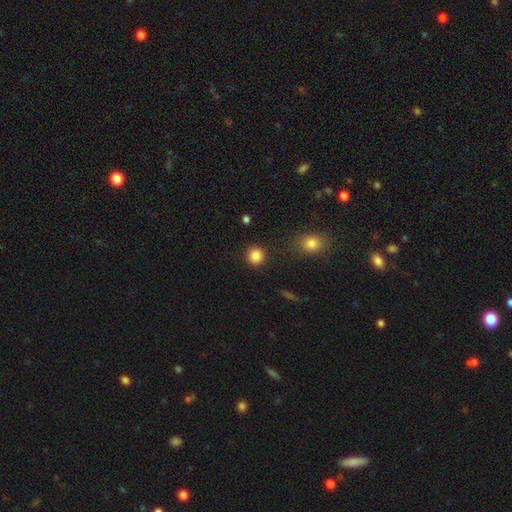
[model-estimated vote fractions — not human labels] A smooth galaxy with no disk features (86%) that is round (91%).

Vote fractions:
- Smooth or featured? smooth: 86% / star or artifact: 10% / featured or disk: 4%
- How rounded? round: 91% / in between: 8% / cigar-shaped: 1%
- Merging? none: 89% / minor disturbance: 6% / major disturbance: 3% / merger: 2%